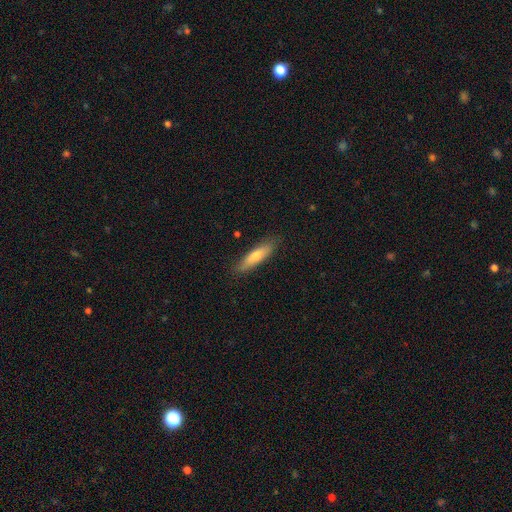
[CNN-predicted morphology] Overall: smooth (69%). How rounded: cigar-shaped (75%). Merging: none (85%).